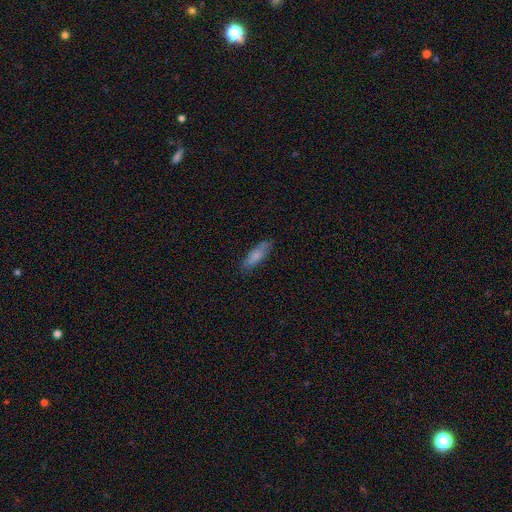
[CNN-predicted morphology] Overall: smooth (78%). How rounded: in between (52%; cigar-shaped 47%). Merging: none (78%).